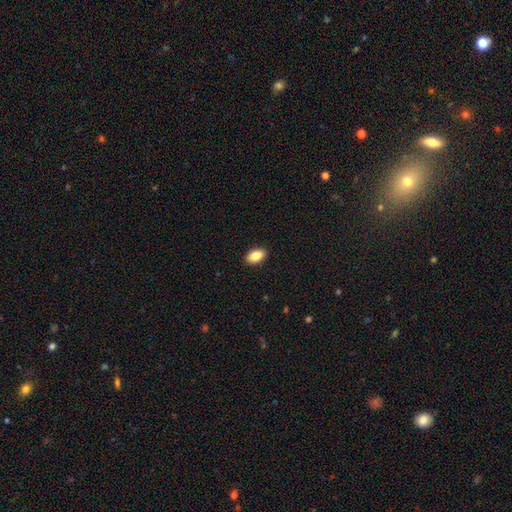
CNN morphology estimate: The model was most divided on "smooth or featured": smooth: 88%, star or artifact: 7%, featured or disk: 5%. More confident: how rounded — in between (92%); merging — none (90%).